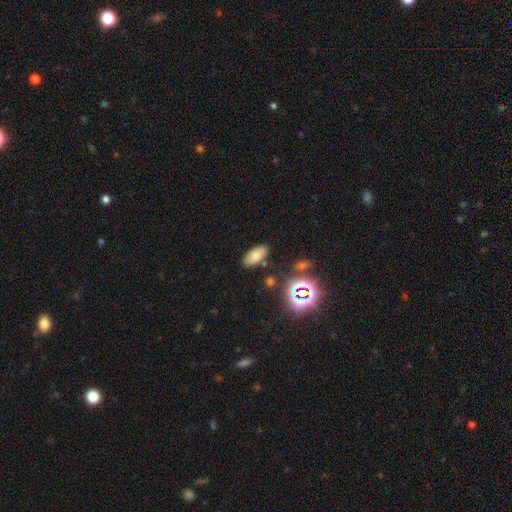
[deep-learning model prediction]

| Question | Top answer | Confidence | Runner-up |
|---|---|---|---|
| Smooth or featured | smooth | 72% | star or artifact (17%) |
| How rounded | in between | 91% | cigar-shaped (6%) |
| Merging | none | 84% | minor disturbance (10%) |